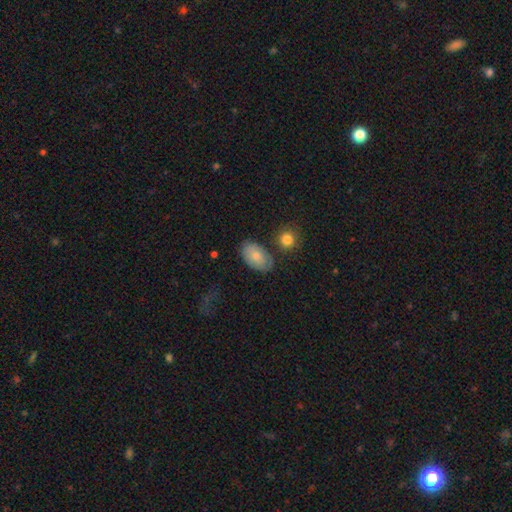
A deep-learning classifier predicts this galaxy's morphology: Smooth or featured? smooth (75%)
How rounded? in between (91%)
Merging? none (70%)